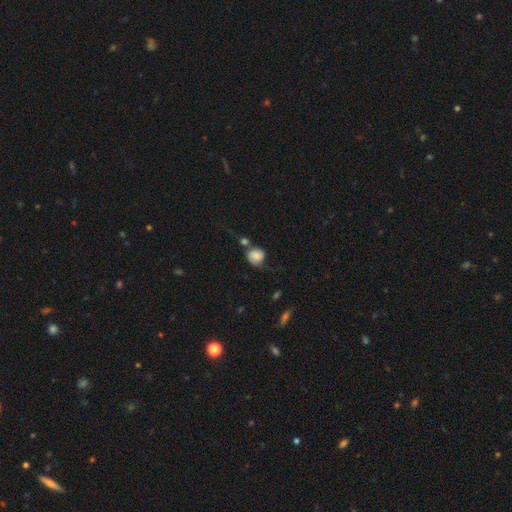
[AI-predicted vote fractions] This appears to be a smooth galaxy with no disk features (82%) that is round (80%). Merging: none (49%).